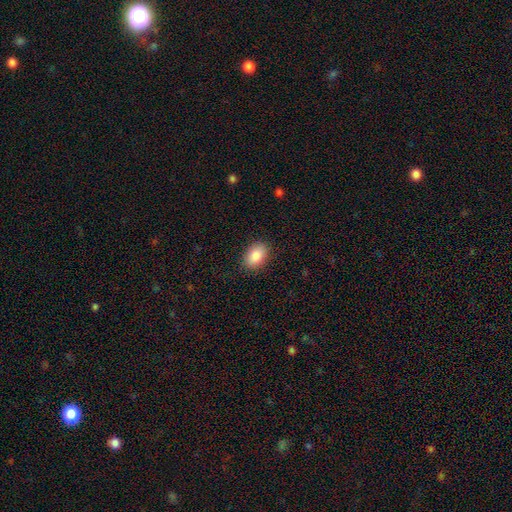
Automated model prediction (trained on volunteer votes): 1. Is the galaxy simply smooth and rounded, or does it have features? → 88% smooth, 7% star or artifact, 5% featured or disk.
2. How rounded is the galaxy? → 87% in between, 12% round, 1% cigar-shaped.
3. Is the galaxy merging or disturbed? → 88% none, 9% minor disturbance, 2% major disturbance, 1% merger.